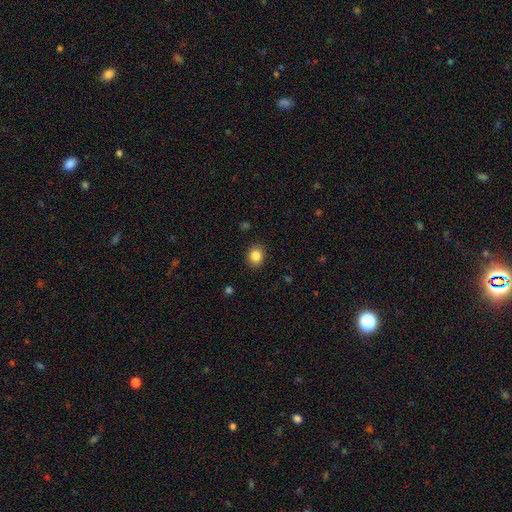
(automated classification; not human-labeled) Smooth or featured?
  - smooth: 85% *
  - star or artifact: 10%
  - featured or disk: 5%
How rounded?
  - round: 71% *
  - in between: 28%
  - cigar-shaped: 1%
Merging?
  - none: 90% *
  - minor disturbance: 7%
  - major disturbance: 2%
  - merger: 1%